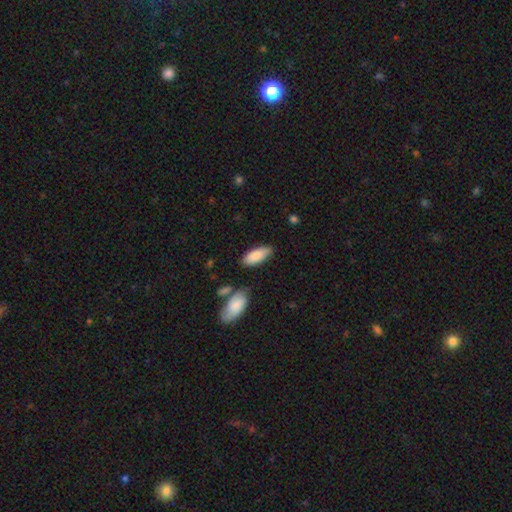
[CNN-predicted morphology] smooth-or-featured: smooth: 86% | featured or disk: 8% | star or artifact: 6%
  how-rounded: in between: 80% | cigar-shaped: 19% | round: 2%
  merging: none: 77% | minor disturbance: 15% | merger: 4% | major disturbance: 3%